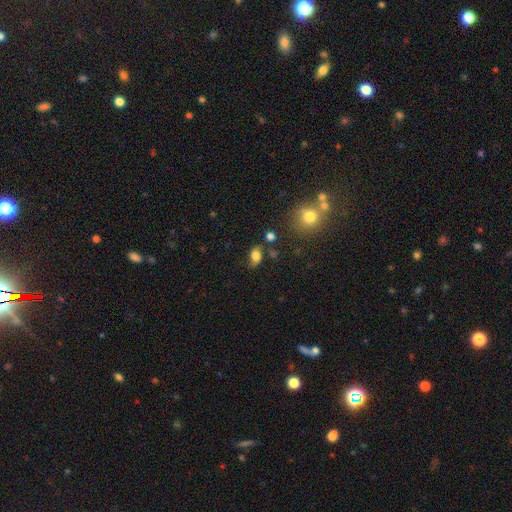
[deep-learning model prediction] Q: Smooth or featured?
A: smooth (64%); runner-up: featured or disk (25%)
Q: How rounded?
A: in between (77%); runner-up: round (20%)
Q: Merging?
A: none (63%); runner-up: minor disturbance (22%)